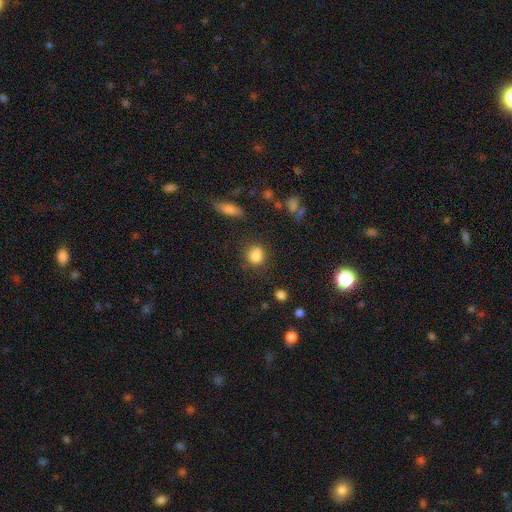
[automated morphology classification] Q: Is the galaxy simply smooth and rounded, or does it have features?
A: smooth — 83%.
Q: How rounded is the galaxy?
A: round — 72%.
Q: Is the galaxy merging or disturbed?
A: none — 71%.